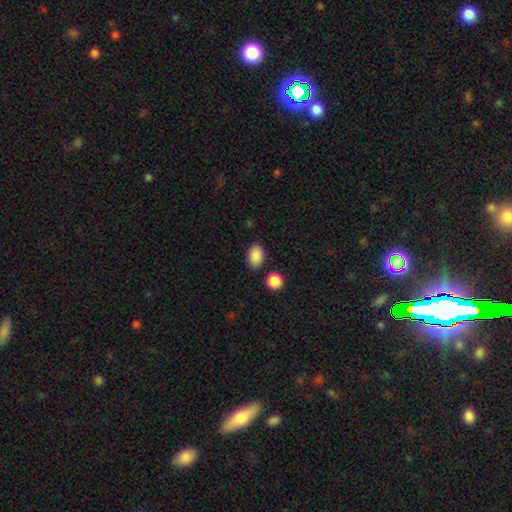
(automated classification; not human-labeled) Smooth or featured? Predicted: smooth (p=0.89). How rounded? Predicted: in between (p=0.87). Merging? Predicted: none (p=0.84).